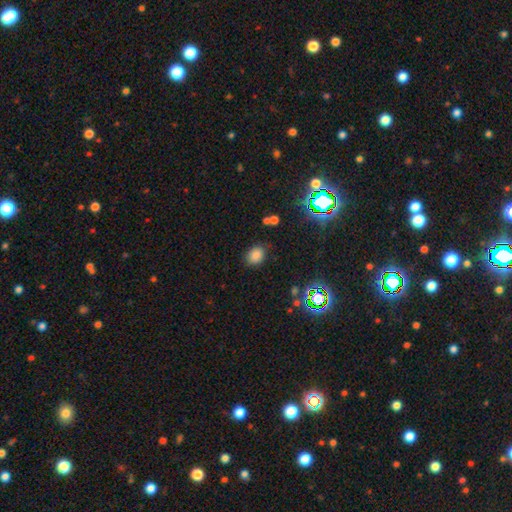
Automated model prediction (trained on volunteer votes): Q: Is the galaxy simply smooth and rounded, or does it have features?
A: smooth — 79%.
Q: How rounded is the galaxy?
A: in between — 52%.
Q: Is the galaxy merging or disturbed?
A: none — 83%.